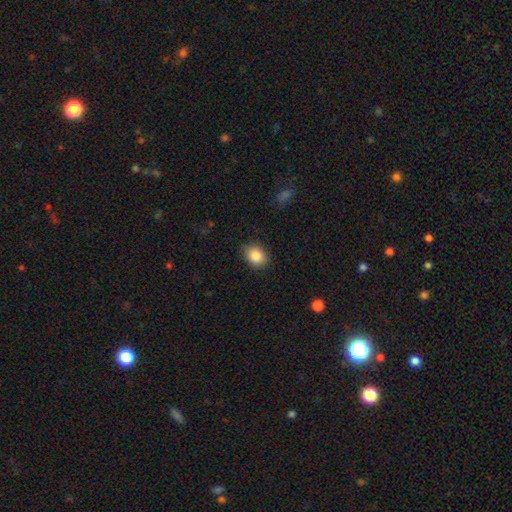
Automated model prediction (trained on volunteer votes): Morphology: type=smooth (86%); roundness=in between (52%); merging=none (84%).